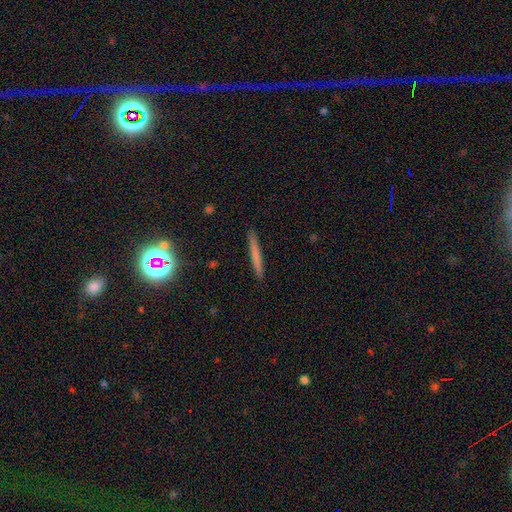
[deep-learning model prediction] Smooth or featured: smooth — 62% (featured or disk — 27%)
How rounded: cigar-shaped — 95% (in between — 3%)
Merging: none — 90% (minor disturbance — 7%)